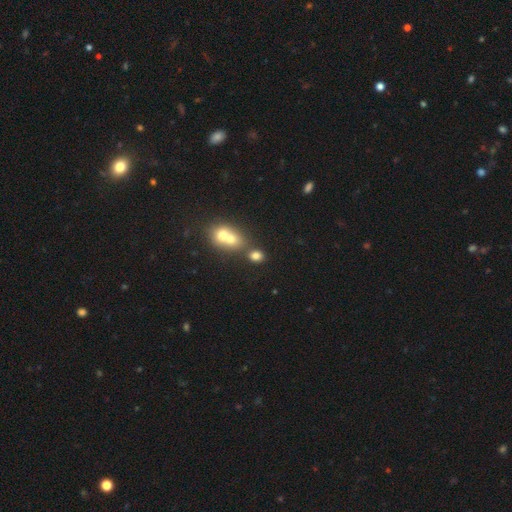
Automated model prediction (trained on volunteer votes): smooth_or_featured: smooth (p=0.75) [alt: star or artifact p=0.14]
how_rounded: round (p=0.56) [alt: in between p=0.43]
merging: none (p=0.46) [alt: merger p=0.42]